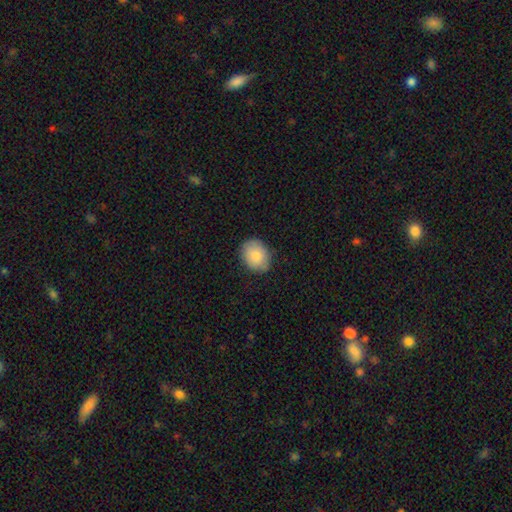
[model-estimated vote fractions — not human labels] Smooth or featured: smooth — 84% (featured or disk — 9%)
How rounded: in between — 55% (round — 44%)
Merging: none — 82% (minor disturbance — 14%)